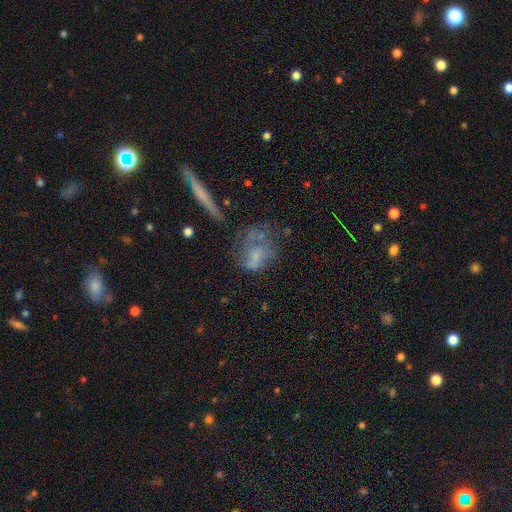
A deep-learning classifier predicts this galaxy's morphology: A smooth galaxy with no disk features (48%). Merging: major disturbance (37%).